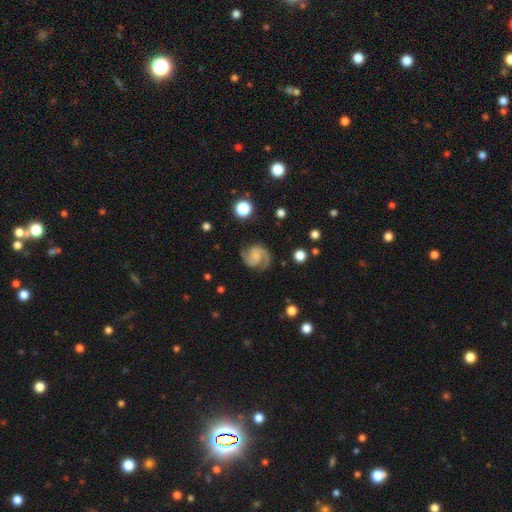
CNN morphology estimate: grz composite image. It shows a featured or disk galaxy (84%) with no bar (61%), 2 (88%) medium (52%) spiral arms (97%) and a small central bulge (46%). Merging: none (75%).